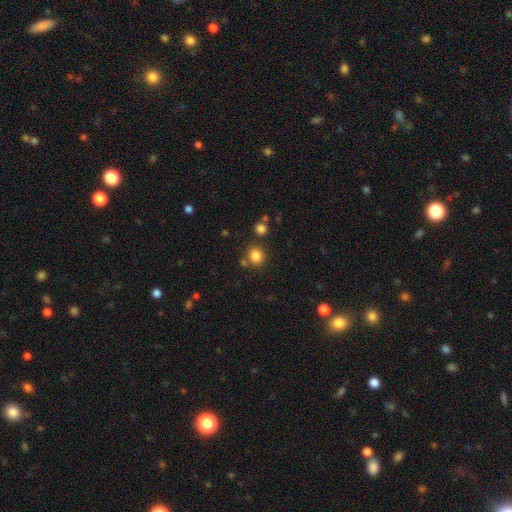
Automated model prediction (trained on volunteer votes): Overall: smooth (83%). How rounded: round (87%). Merging: none (78%).